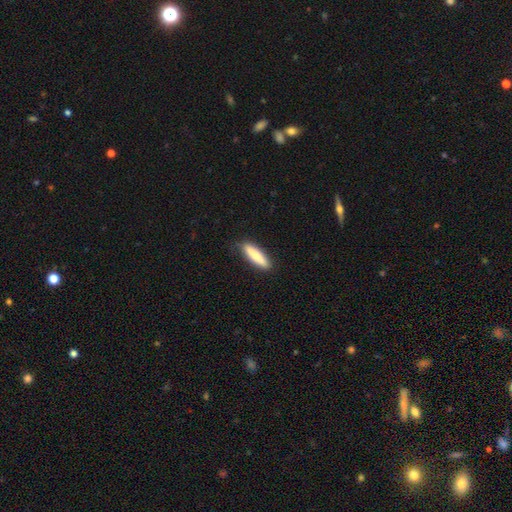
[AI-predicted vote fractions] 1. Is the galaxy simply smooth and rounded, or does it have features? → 82% smooth, 13% featured or disk, 5% star or artifact.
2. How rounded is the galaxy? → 77% cigar-shaped, 21% in between, 1% round.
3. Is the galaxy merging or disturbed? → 85% none, 12% minor disturbance, 2% major disturbance, 1% merger.